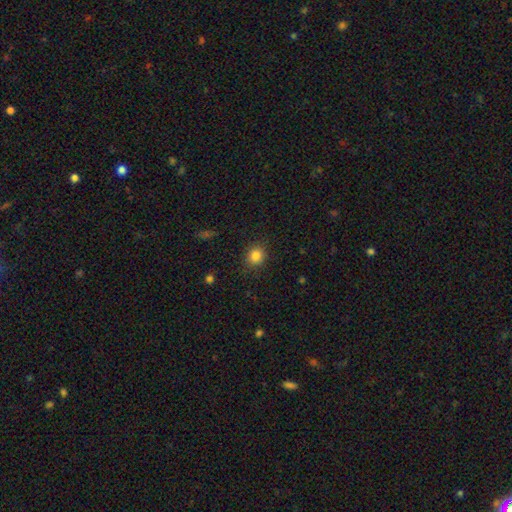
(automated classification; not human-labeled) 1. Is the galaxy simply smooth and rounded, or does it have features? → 85% smooth, 11% star or artifact, 5% featured or disk.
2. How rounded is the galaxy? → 79% round, 20% in between, 1% cigar-shaped.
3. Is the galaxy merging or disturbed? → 86% none, 10% minor disturbance, 3% major disturbance, 1% merger.